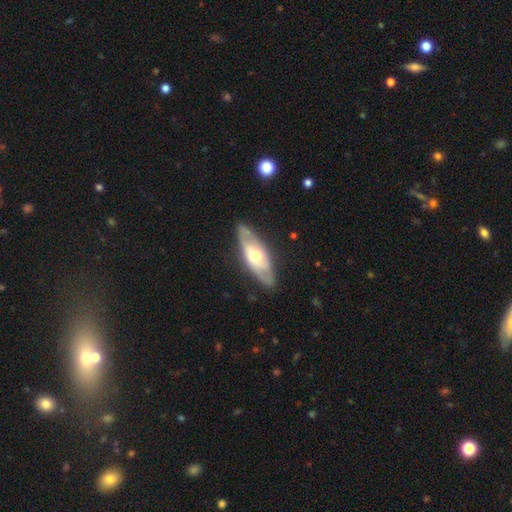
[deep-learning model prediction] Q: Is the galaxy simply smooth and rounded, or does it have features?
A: featured or disk — 61%.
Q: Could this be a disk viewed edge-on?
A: no — 66%.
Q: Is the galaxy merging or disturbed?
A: none — 83%.